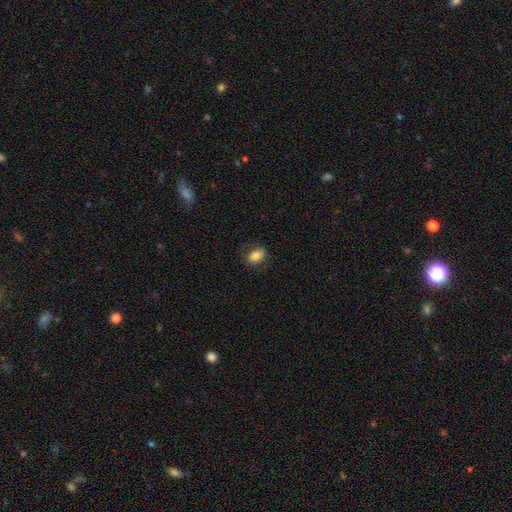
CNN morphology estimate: Q: Smooth or featured?
A: smooth (82%); runner-up: featured or disk (10%)
Q: How rounded?
A: in between (84%); runner-up: round (14%)
Q: Merging?
A: none (74%); runner-up: minor disturbance (19%)